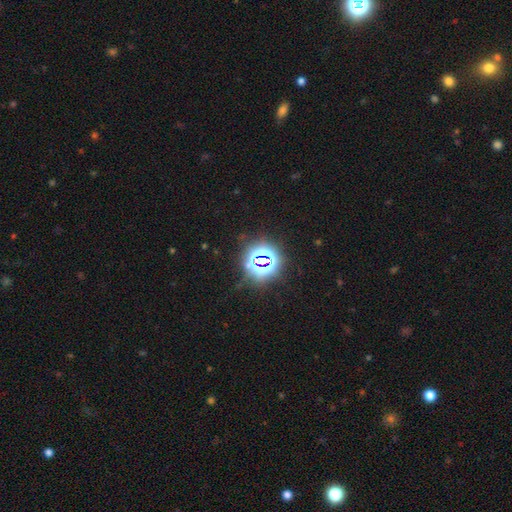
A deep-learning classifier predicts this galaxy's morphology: A star or artifact, not a galaxy (76%).